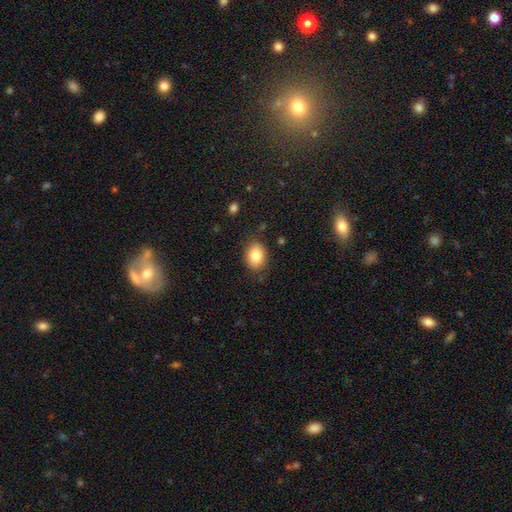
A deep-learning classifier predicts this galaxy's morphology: The model was most divided on "how rounded": in between: 67%, round: 32%, cigar-shaped: 1%. More confident: smooth or featured — smooth (85%); merging — none (84%).